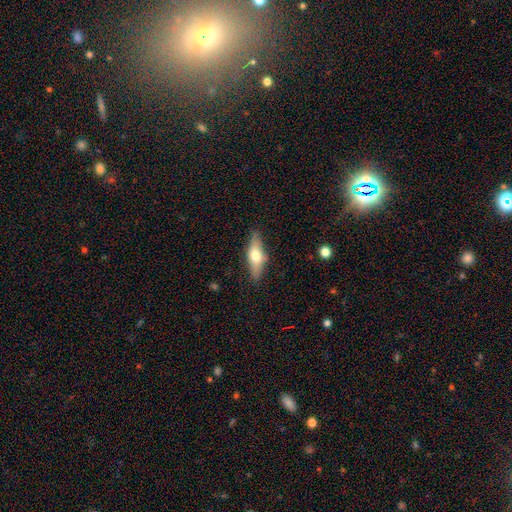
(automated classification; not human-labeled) This appears to be a featured or disk galaxy (47%). Merging: none (84%).